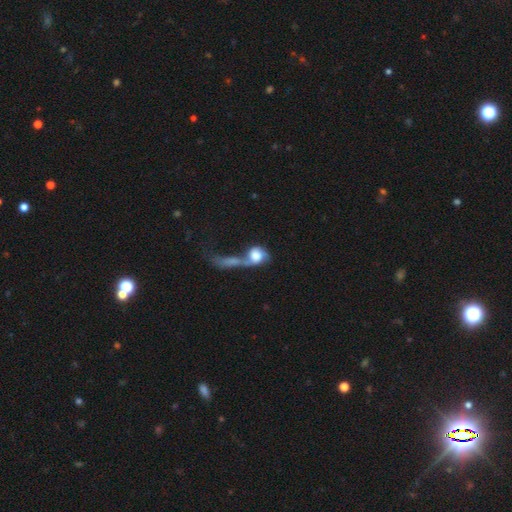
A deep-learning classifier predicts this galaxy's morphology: Overall: smooth (51%; featured or disk 39%). How rounded: round (50%; in between 45%). Merging: merger (55%; major disturbance 25%).